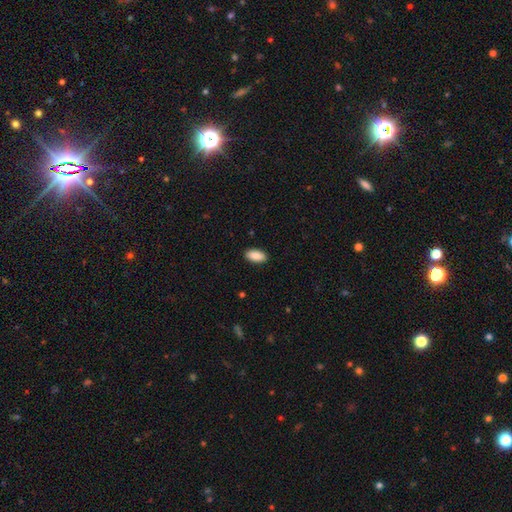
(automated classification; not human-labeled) A smooth galaxy with no disk features (90%) that is in between round and cigar-shaped (94%).

Vote fractions:
- Smooth or featured? smooth: 90% / star or artifact: 6% / featured or disk: 4%
- How rounded? in between: 94% / cigar-shaped: 4% / round: 2%
- Merging? none: 89% / minor disturbance: 8% / major disturbance: 2% / merger: 1%